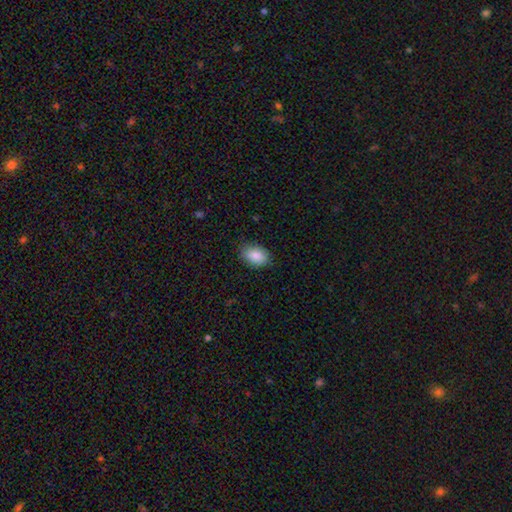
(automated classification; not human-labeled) smooth 87%, star or artifact 7%, featured or disk 5%. Down the decision tree: how rounded — in between (85%); merging — none (81%).